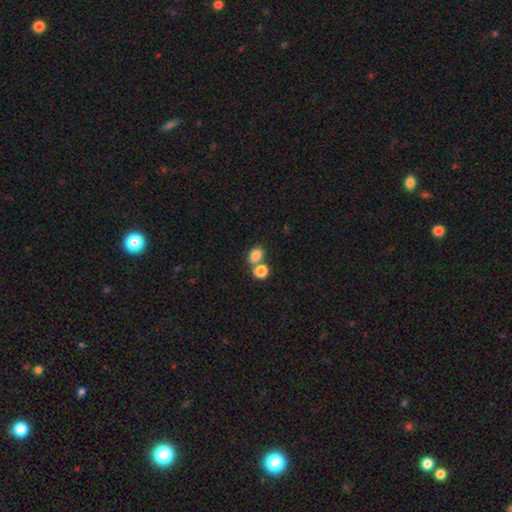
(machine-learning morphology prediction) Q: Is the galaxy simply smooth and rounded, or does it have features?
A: smooth — 83%.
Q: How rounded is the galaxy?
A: in between — 67%.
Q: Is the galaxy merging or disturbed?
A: none — 48%.